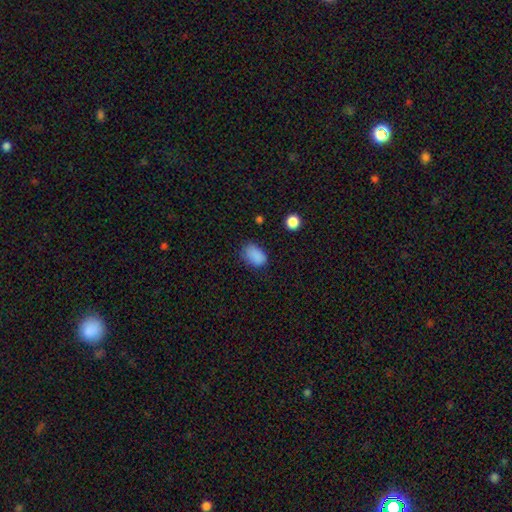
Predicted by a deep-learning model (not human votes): smooth-or-featured: smooth: 85% | star or artifact: 10% | featured or disk: 4%
  how-rounded: in between: 84% | round: 15% | cigar-shaped: 1%
  merging: none: 68% | minor disturbance: 24% | major disturbance: 6% | merger: 2%